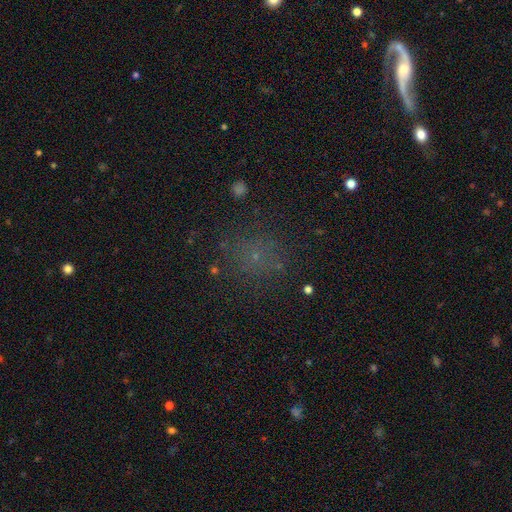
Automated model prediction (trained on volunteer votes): smooth-or-featured: smooth: 54% | star or artifact: 35% | featured or disk: 11%
  how-rounded: round: 79% | in between: 19% | cigar-shaped: 1%
  merging: none: 78% | minor disturbance: 13% | major disturbance: 7% | merger: 2%